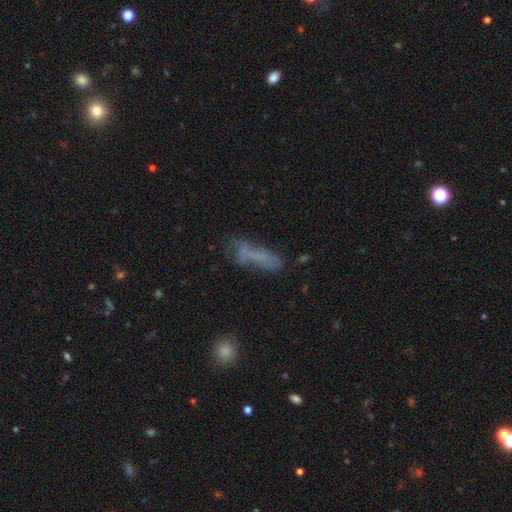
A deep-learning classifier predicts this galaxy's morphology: Smooth or featured? Predicted: smooth (p=0.58). How rounded? Predicted: cigar-shaped (p=0.61). Merging? Predicted: none (p=0.52).